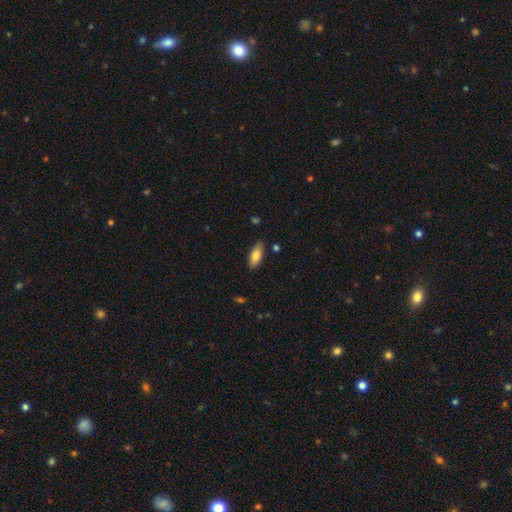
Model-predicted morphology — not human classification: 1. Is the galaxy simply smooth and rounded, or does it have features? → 79% smooth, 14% featured or disk, 6% star or artifact.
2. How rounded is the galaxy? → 82% in between, 16% cigar-shaped, 2% round.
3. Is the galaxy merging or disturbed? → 84% none, 12% minor disturbance, 2% major disturbance, 2% merger.